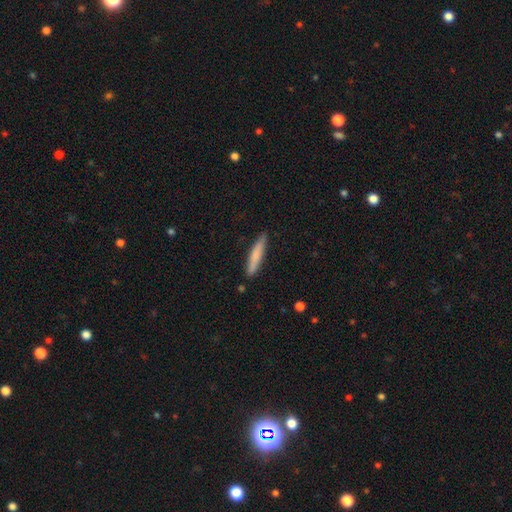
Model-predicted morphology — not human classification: Smooth or featured?
  - smooth: 74% *
  - featured or disk: 21%
  - star or artifact: 6%
How rounded?
  - cigar-shaped: 93% *
  - in between: 6%
  - round: 1%
Merging?
  - none: 87% *
  - minor disturbance: 9%
  - major disturbance: 2%
  - merger: 2%